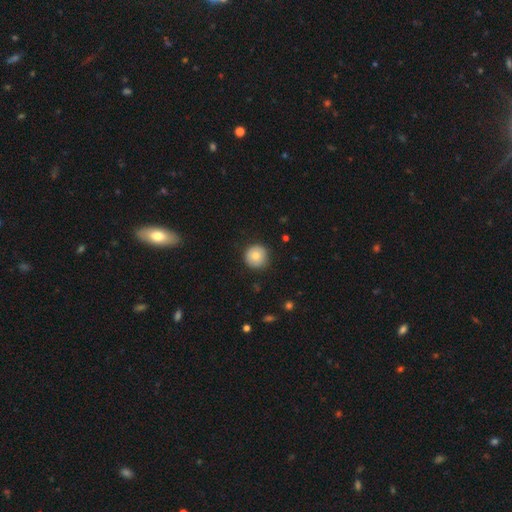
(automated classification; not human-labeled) A smooth galaxy with no disk features (80%) that is round (96%). Merging: none (89%).